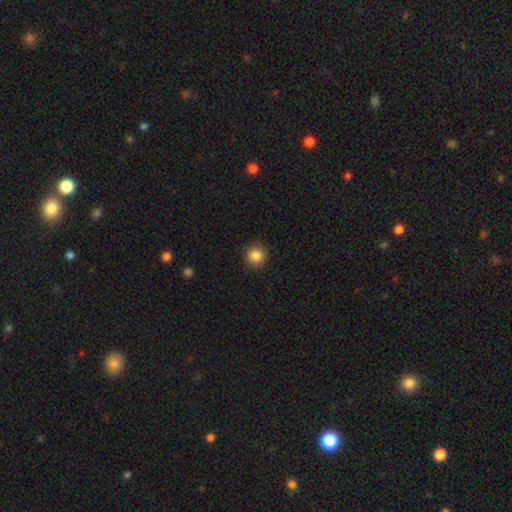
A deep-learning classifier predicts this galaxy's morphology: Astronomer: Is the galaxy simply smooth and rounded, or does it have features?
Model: smooth — 86%.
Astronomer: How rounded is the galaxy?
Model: round — 93%.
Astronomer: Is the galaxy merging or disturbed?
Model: none — 89%.